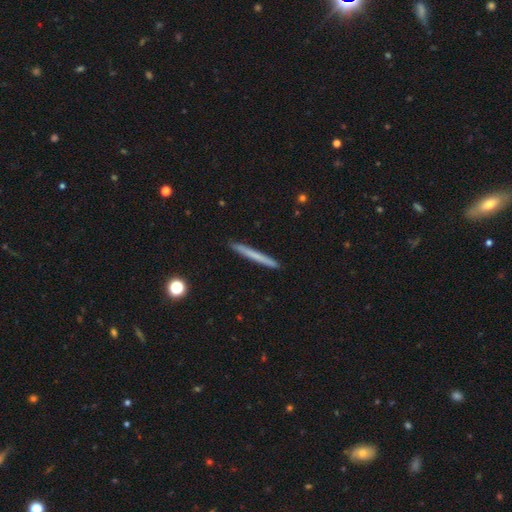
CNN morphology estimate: Smooth or featured? Predicted: smooth (p=0.62). How rounded? Predicted: cigar-shaped (p=0.97). Merging? Predicted: none (p=0.91).